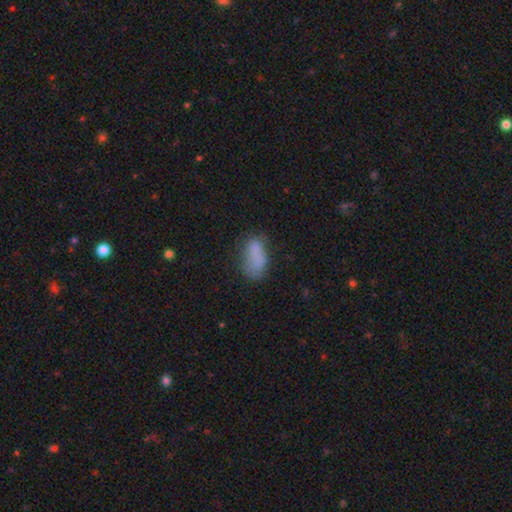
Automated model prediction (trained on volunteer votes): Smooth or featured?
  - smooth: 77% *
  - featured or disk: 13%
  - star or artifact: 10%
How rounded?
  - in between: 88% *
  - cigar-shaped: 7%
  - round: 5%
Merging?
  - none: 46% *
  - minor disturbance: 31%
  - major disturbance: 16%
  - merger: 7%